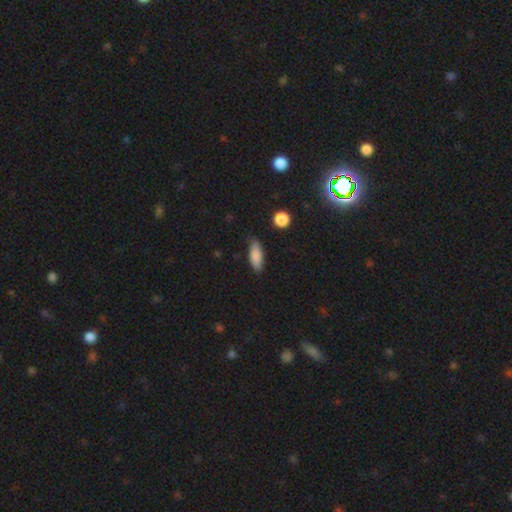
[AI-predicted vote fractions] Smooth or featured?
  - smooth: 82% *
  - featured or disk: 11%
  - star or artifact: 7%
How rounded?
  - in between: 66% *
  - cigar-shaped: 31%
  - round: 3%
Merging?
  - none: 74% *
  - minor disturbance: 20%
  - major disturbance: 4%
  - merger: 2%